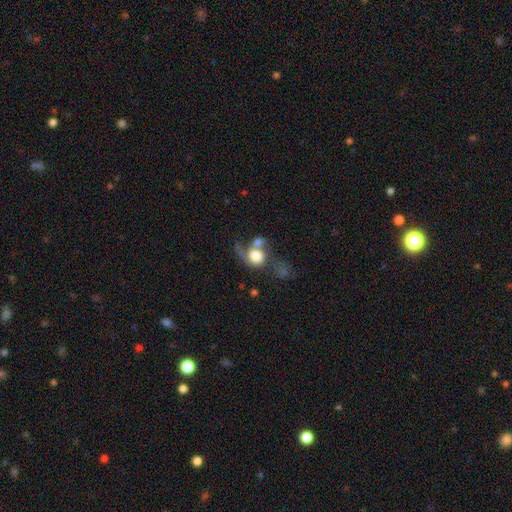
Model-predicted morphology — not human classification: This appears to be a smooth galaxy with no disk features (56%) that is round (64%). Merging: merger (47%).